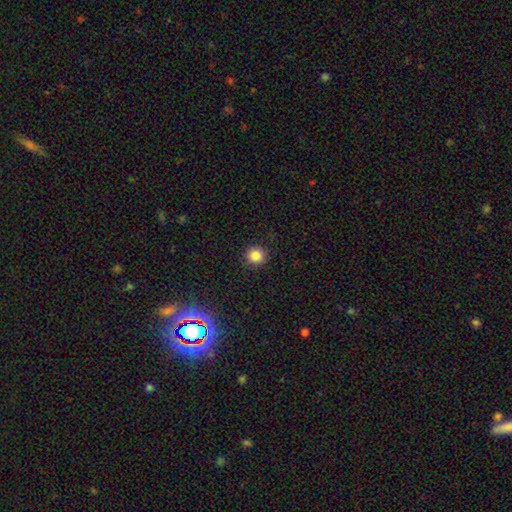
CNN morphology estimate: Smooth or featured? smooth (84%)
How rounded? round (92%)
Merging? none (90%)